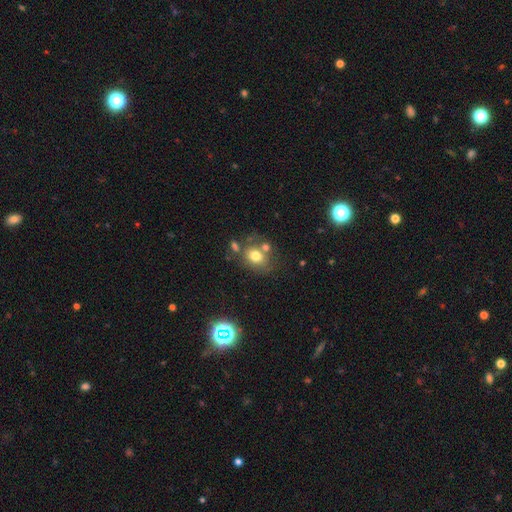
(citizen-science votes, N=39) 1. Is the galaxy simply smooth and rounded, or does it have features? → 74% smooth, 23% featured or disk, 3% star or artifact.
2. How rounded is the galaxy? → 52% in between, 48% round, 0% cigar-shaped.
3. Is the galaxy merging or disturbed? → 37% none, 24% minor disturbance, 21% merger, 18% major disturbance.